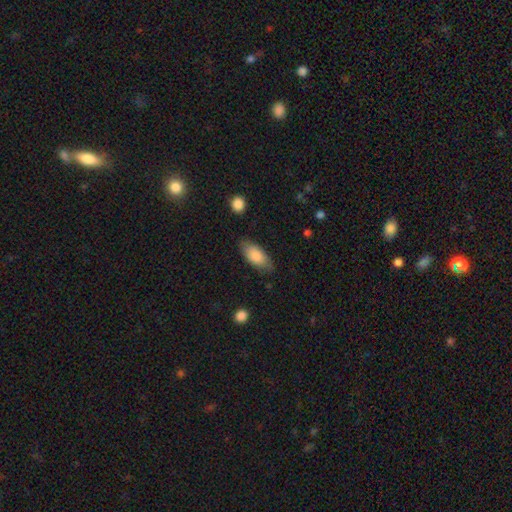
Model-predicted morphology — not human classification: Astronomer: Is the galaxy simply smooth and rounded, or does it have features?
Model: smooth — 81%.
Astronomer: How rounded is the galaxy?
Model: in between — 87%.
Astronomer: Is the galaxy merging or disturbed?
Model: none — 76%.